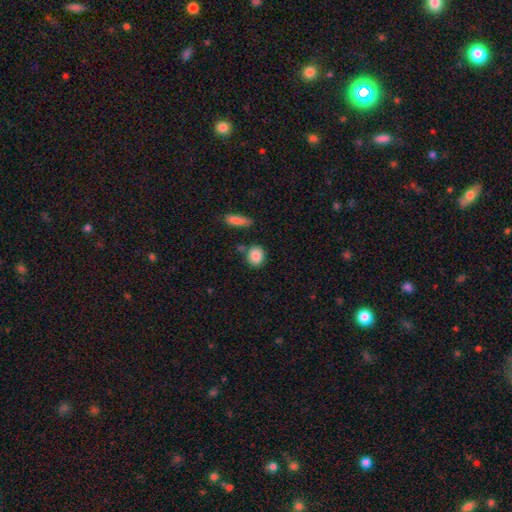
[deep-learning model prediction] smooth-or-featured: smooth: 86% | star or artifact: 8% | featured or disk: 7%
  how-rounded: round: 61% | in between: 37% | cigar-shaped: 2%
  merging: none: 74% | minor disturbance: 14% | merger: 8% | major disturbance: 3%